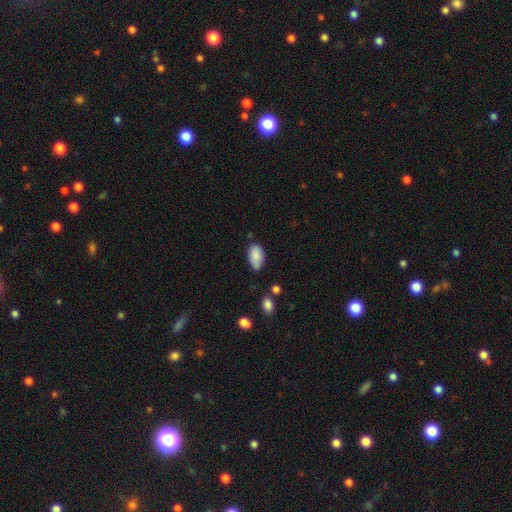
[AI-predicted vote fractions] smooth-or-featured: smooth: 85% | featured or disk: 8% | star or artifact: 7%
  how-rounded: in between: 94% | round: 5% | cigar-shaped: 2%
  merging: none: 62% | minor disturbance: 29% | major disturbance: 5% | merger: 4%